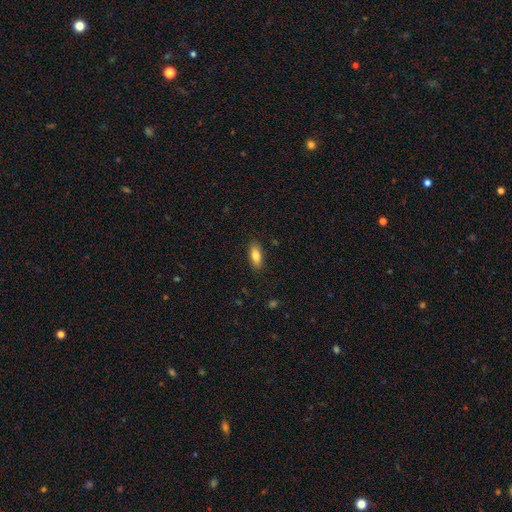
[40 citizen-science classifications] Smooth or featured? smooth (78%)
How rounded? in between (81%)
Merging? none (73%)